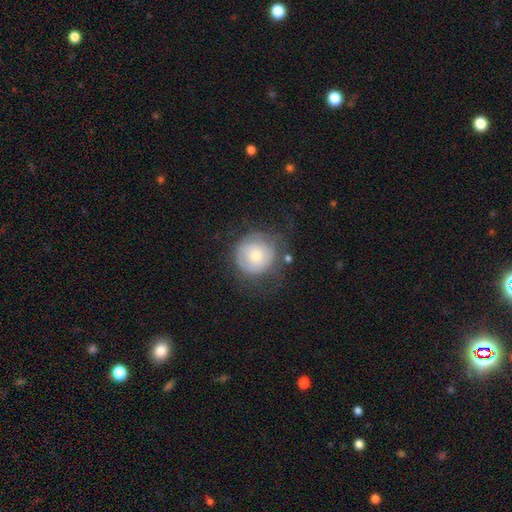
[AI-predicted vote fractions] The model was most divided on "smooth or featured": smooth: 56%, featured or disk: 36%, star or artifact: 7%. More confident: how rounded — round (91%); merging — none (51%).